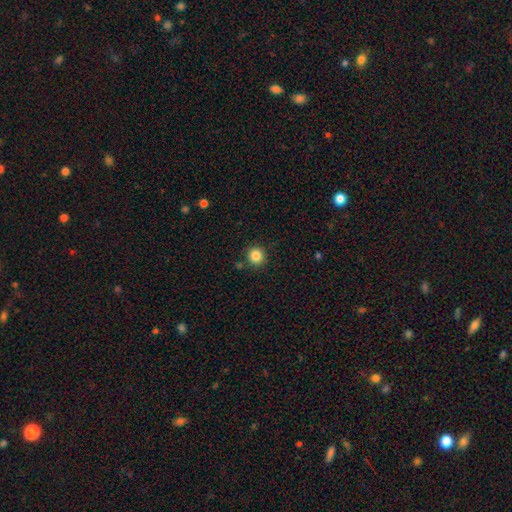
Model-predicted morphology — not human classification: This appears to be a smooth galaxy with no disk features (85%) that is round (93%). Merging: none (87%).